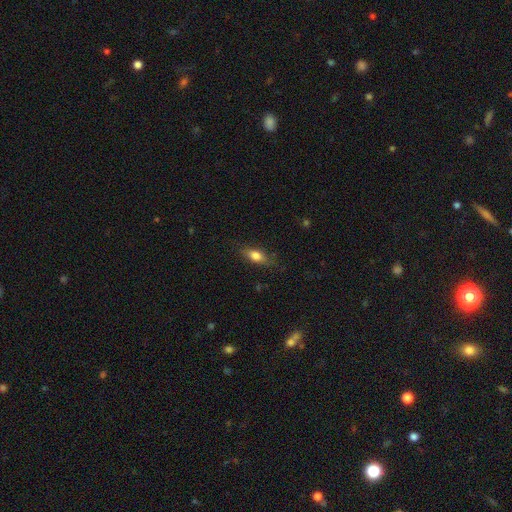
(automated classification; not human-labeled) The model was most divided on "how rounded": in between: 73%, cigar-shaped: 22%, round: 5%. More confident: merging — none (78%); smooth or featured — smooth (77%).